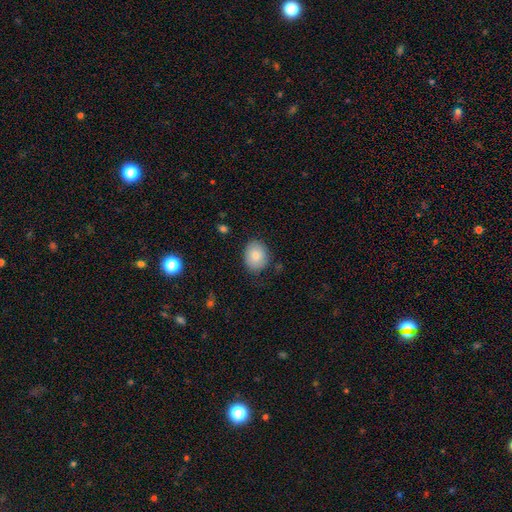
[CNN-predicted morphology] This is clearly a smooth galaxy (82%). How rounded: possibly in between (50%, tied with round). Merging: likely none (79%).